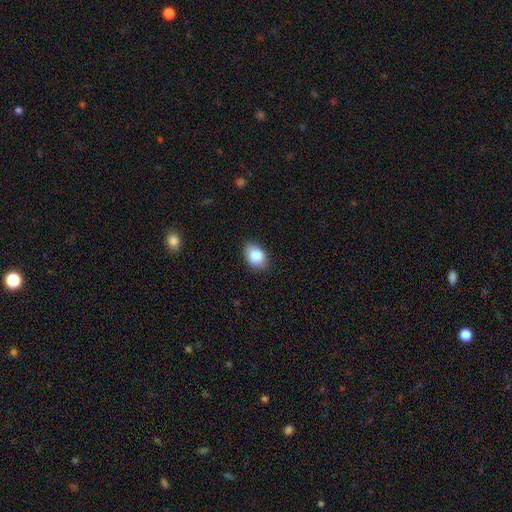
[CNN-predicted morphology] Smooth or featured? Predicted: smooth (p=0.86). How rounded? Predicted: in between (p=0.78). Merging? Predicted: none (p=0.84).